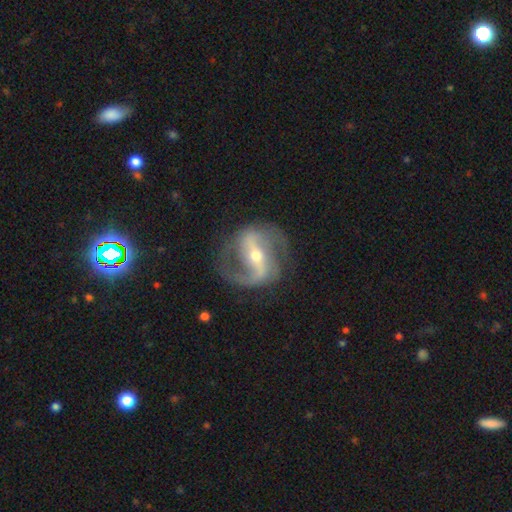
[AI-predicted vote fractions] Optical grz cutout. It shows a featured or disk galaxy (90%) with a strong bar (61%), 2 (90%) medium (50%) spiral arms (96%) and a small central bulge (49%). Merging: none (77%).